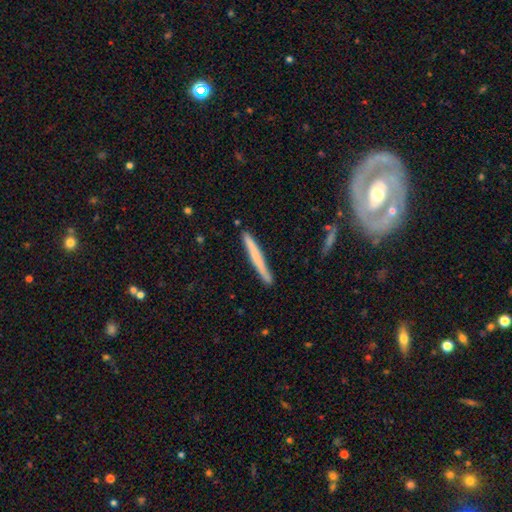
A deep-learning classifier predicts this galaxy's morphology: smooth_or_featured: smooth (p=0.59) [alt: featured or disk p=0.35]
how_rounded: cigar-shaped (p=0.97) [alt: in between p=0.02]
merging: none (p=0.87) [alt: minor disturbance p=0.09]